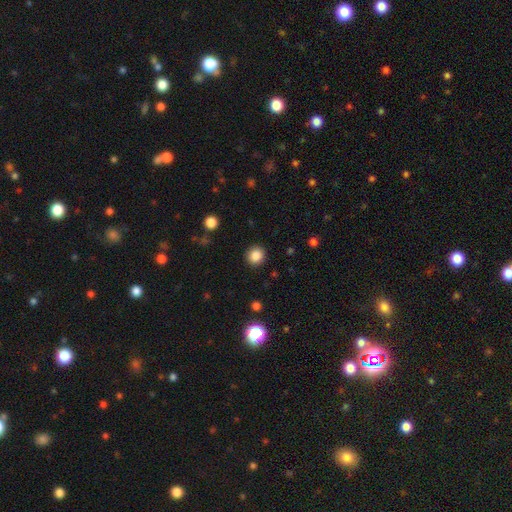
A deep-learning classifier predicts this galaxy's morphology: type=smooth (85%); roundness=round (89%); merging=none (91%).